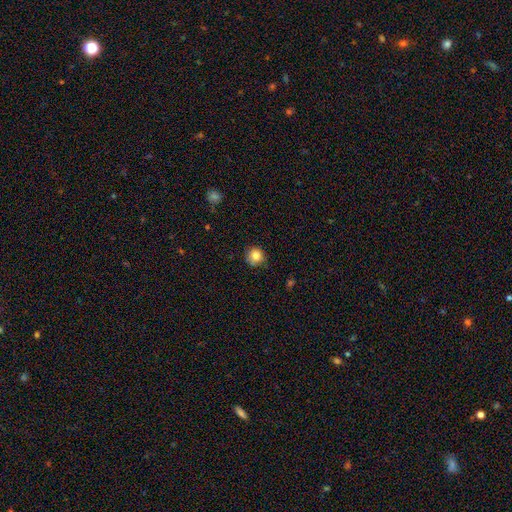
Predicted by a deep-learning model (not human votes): The model was most divided on "merging": none: 83%, minor disturbance: 13%, major disturbance: 2%, merger: 1%. More confident: how rounded — round (92%); smooth or featured — smooth (83%).